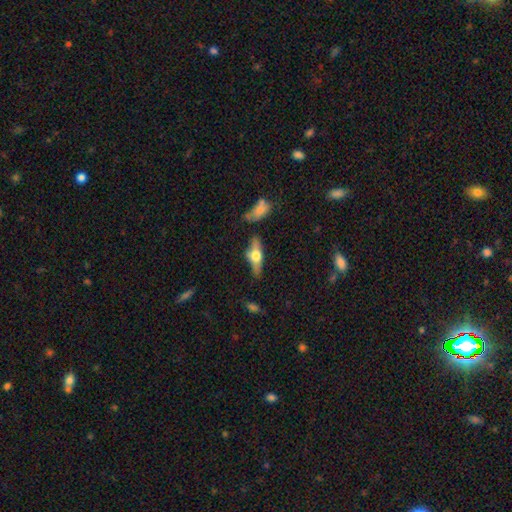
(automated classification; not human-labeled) featured or disk 51%, smooth 43%, star or artifact 7%. Down the decision tree: edge-on disk — yes (86%); merging — none (69%).